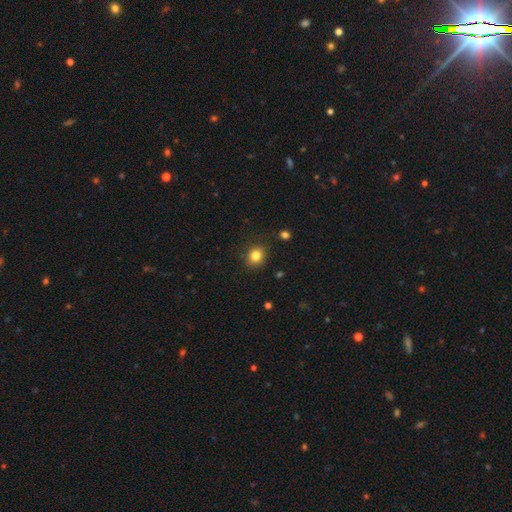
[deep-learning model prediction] Morphology: type=smooth (82%); roundness=round (70%); merging=none (85%).